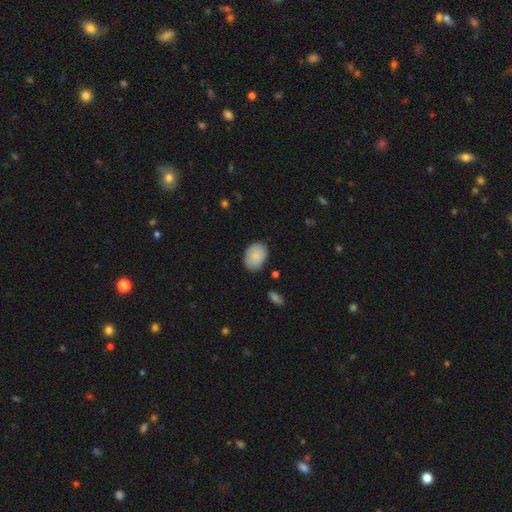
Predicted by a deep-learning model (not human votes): Smooth or featured? smooth (87%)
How rounded? in between (79%)
Merging? none (83%)